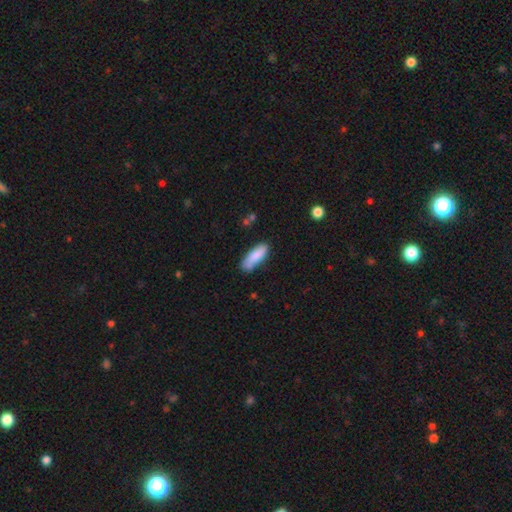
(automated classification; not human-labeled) Smooth or featured: smooth — 83% (featured or disk — 11%)
How rounded: in between — 57% (cigar-shaped — 41%)
Merging: none — 67% (minor disturbance — 23%)